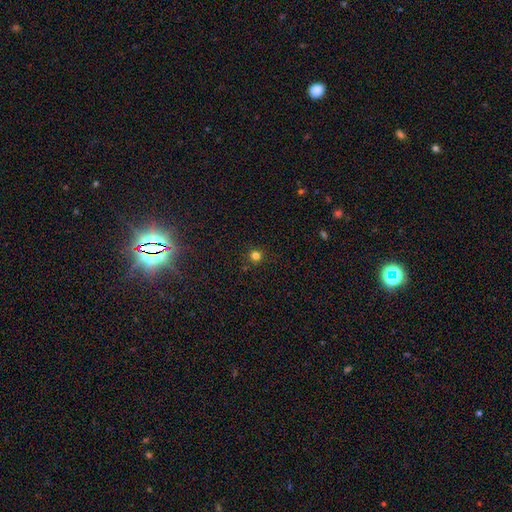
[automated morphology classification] A smooth galaxy with no disk features (76%) that is round (95%). Merging: none (91%).